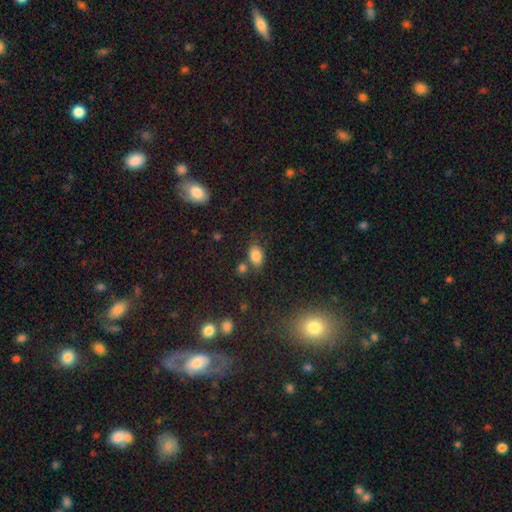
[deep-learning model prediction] Morphology: type=smooth (83%); roundness=in between (84%); merging=none (68%).